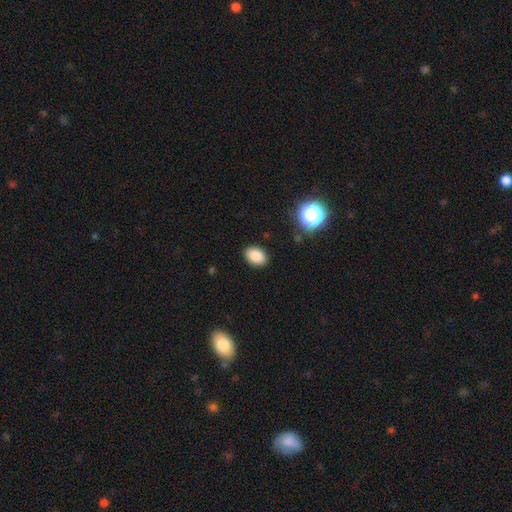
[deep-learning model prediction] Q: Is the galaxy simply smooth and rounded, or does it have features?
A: smooth — 86%.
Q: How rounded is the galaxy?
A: in between — 79%.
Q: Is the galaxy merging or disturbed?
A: none — 88%.